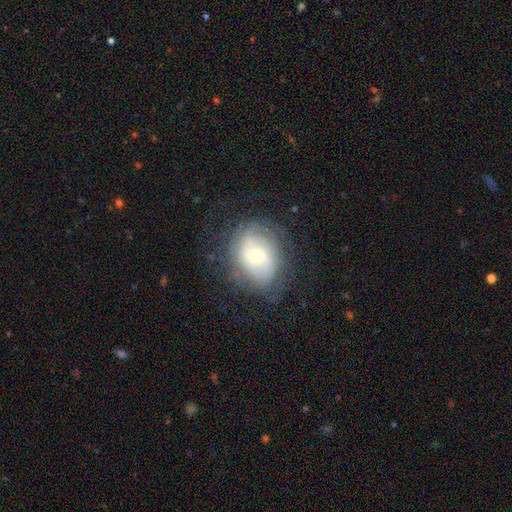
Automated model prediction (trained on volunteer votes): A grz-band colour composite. It shows a featured or disk galaxy (58%) with no bar (65%), spiral arms (66%) and a small central bulge (49%). Merging: none (68%).